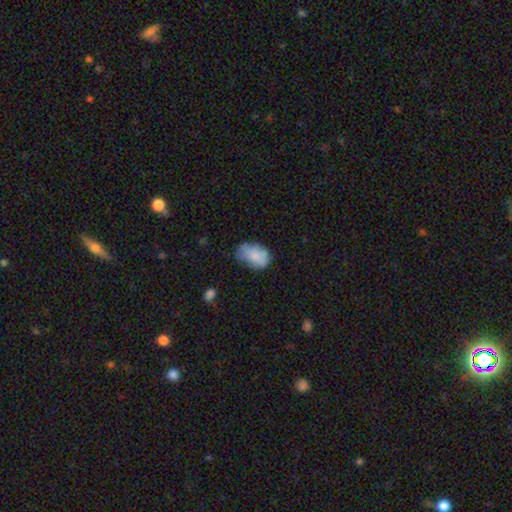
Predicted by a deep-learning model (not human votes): This is likely a smooth galaxy (78%). How rounded: clearly in between (84%). Merging: possibly none (49%).